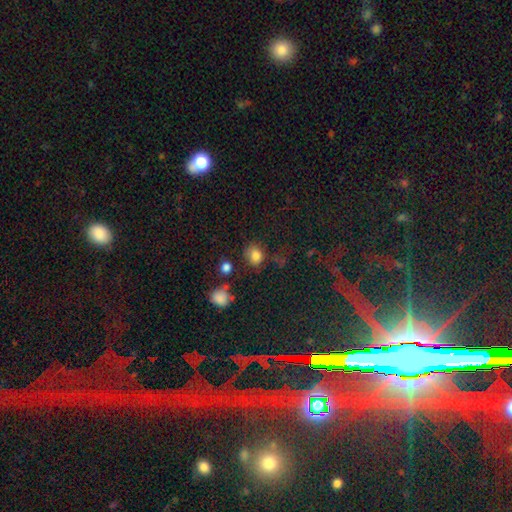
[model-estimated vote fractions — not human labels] Smooth or featured? Predicted: smooth (p=0.81). How rounded? Predicted: round (p=0.59). Merging? Predicted: none (p=0.68).